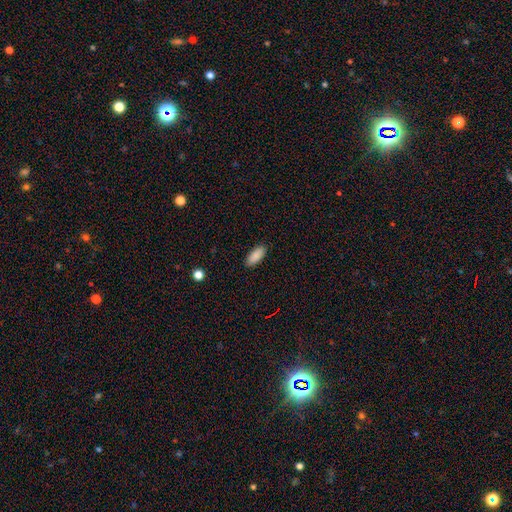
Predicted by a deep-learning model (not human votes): Morphology: type=smooth (89%); roundness=in between (83%); merging=none (89%).